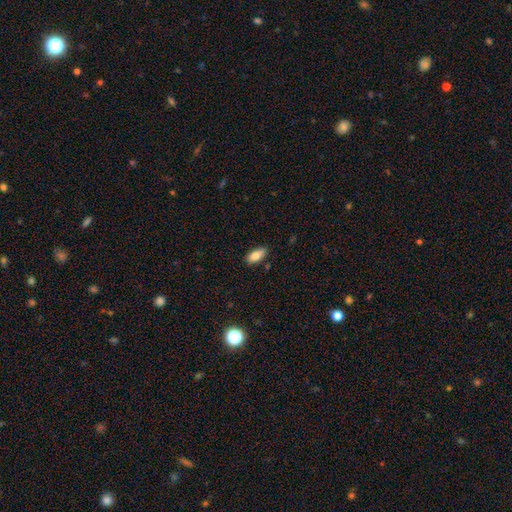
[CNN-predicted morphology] This appears to be a smooth galaxy with no disk features (84%) that is in between round and cigar-shaped (89%). Merging: none (84%).